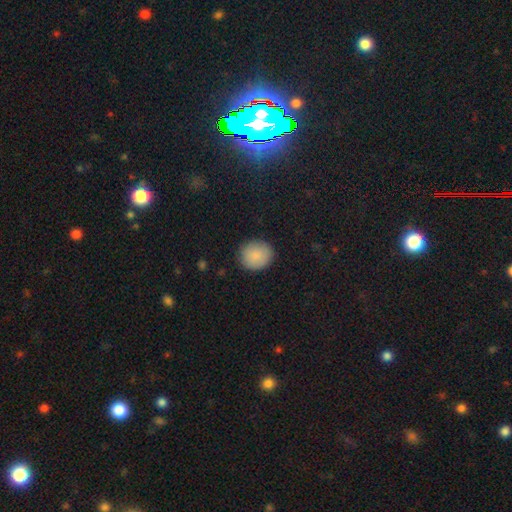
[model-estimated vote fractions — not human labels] smooth-or-featured: smooth: 88% | star or artifact: 7% | featured or disk: 5%
  how-rounded: round: 81% | in between: 18% | cigar-shaped: 1%
  merging: none: 87% | minor disturbance: 10% | major disturbance: 2% | merger: 1%